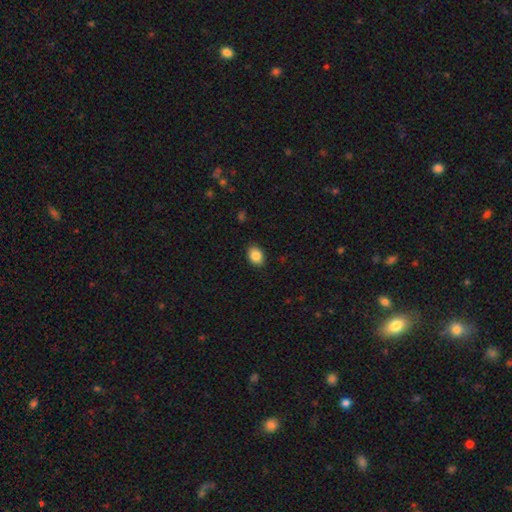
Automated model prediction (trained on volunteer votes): A smooth galaxy with no disk features (87%) that is in between round and cigar-shaped (73%).

Vote fractions:
- Smooth or featured? smooth: 87% / star or artifact: 8% / featured or disk: 5%
- How rounded? in between: 73% / round: 26% / cigar-shaped: 1%
- Merging? none: 89% / minor disturbance: 8% / major disturbance: 2% / merger: 1%